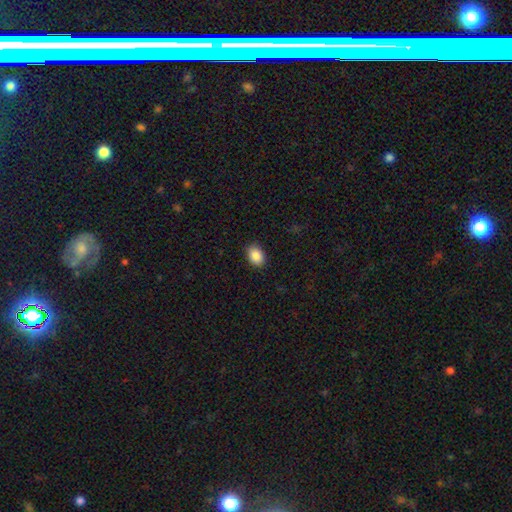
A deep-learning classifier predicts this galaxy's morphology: Smooth or featured? Predicted: smooth (p=0.89). How rounded? Predicted: in between (p=0.76). Merging? Predicted: none (p=0.88).